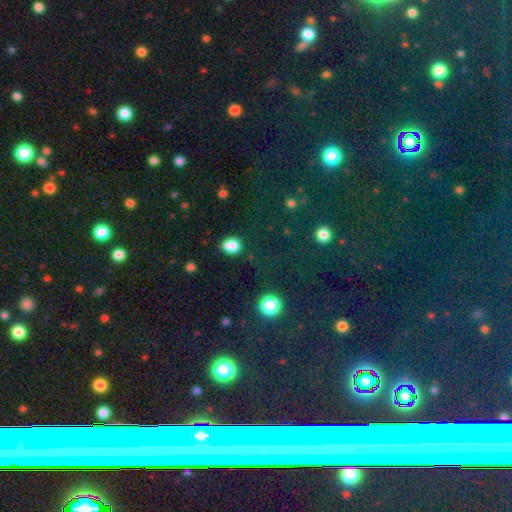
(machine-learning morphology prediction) A star or artifact, not a galaxy (72%).

Vote fractions:
- Smooth or featured? star or artifact: 72% / smooth: 16% / featured or disk: 12%